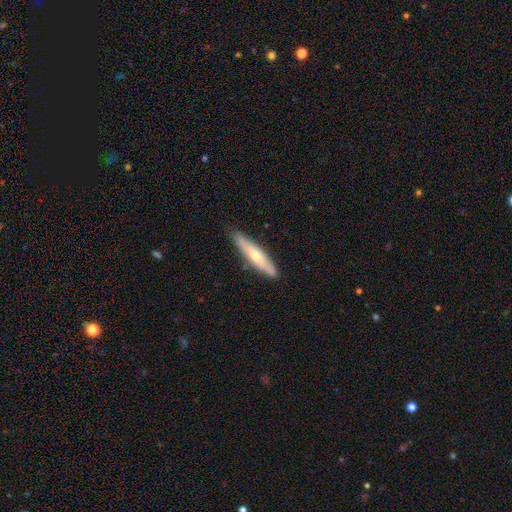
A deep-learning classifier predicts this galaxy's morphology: Smooth or featured? Predicted: smooth (p=0.51). How rounded? Predicted: cigar-shaped (p=0.82). Merging? Predicted: none (p=0.81).